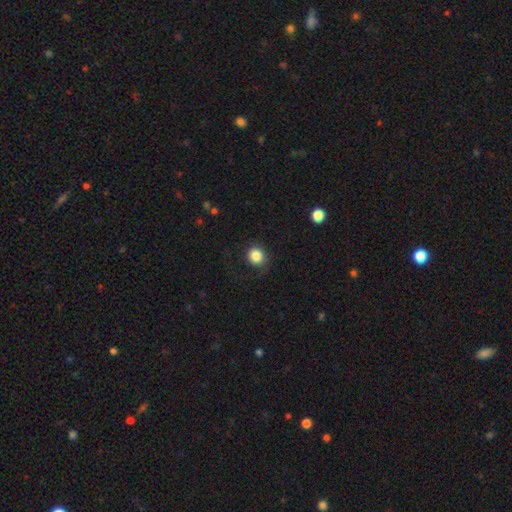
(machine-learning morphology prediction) This appears to be a smooth galaxy with no disk features (85%) that is round (85%). Merging: none (80%).